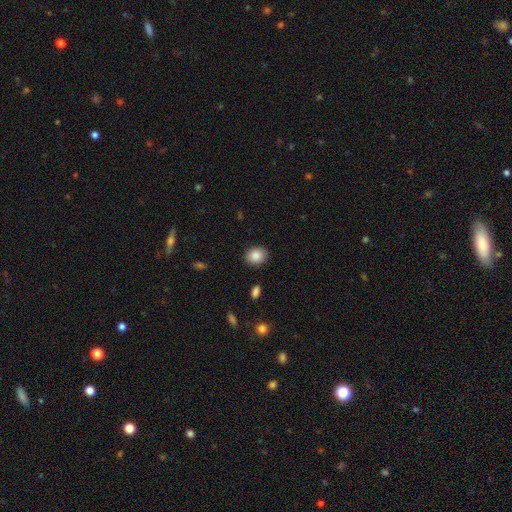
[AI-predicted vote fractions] smooth 87%, star or artifact 8%, featured or disk 5%. Down the decision tree: how rounded — round (51%); merging — none (89%).